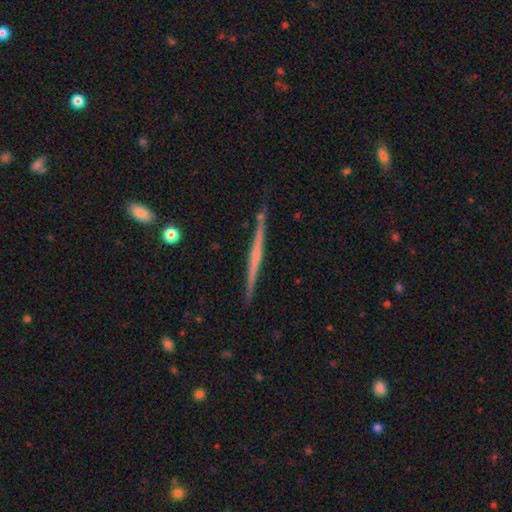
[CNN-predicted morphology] This appears to be a featured or disk galaxy (69%) viewed edge-on (98%) with no central bulge (70%). Merging: none (89%).